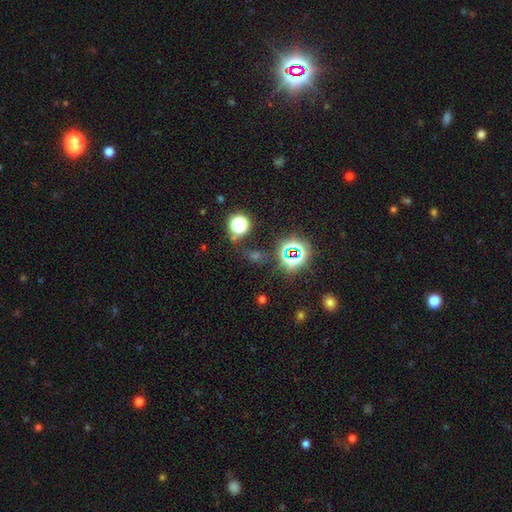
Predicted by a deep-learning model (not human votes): Smooth or featured: star or artifact — 64% (smooth — 27%)